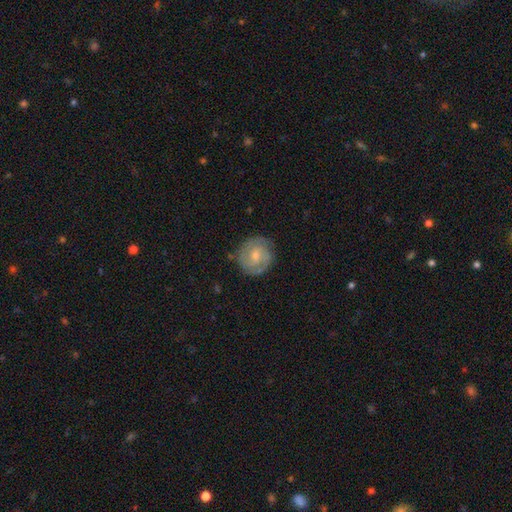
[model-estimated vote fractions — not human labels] This appears to be a featured or disk galaxy (66%) with no bar (50%), 2 (59%) tight (55%) spiral arms (90%) and a small central bulge (56%). Merging: none (80%).